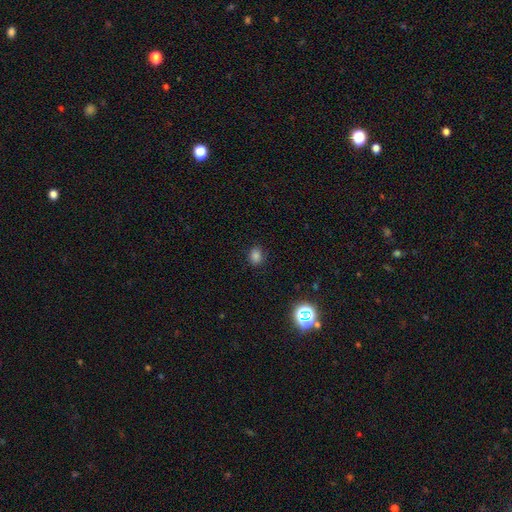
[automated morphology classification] smooth-or-featured: smooth: 80% | star or artifact: 16% | featured or disk: 4%
  how-rounded: round: 50% | in between: 49% | cigar-shaped: 1%
  merging: none: 85% | minor disturbance: 11% | major disturbance: 3% | merger: 1%